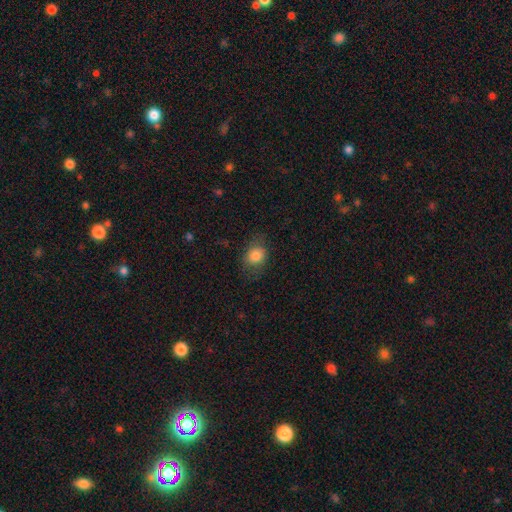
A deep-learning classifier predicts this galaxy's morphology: Smooth or featured? Predicted: smooth (p=0.81). How rounded? Predicted: in between (p=0.50). Merging? Predicted: none (p=0.70).